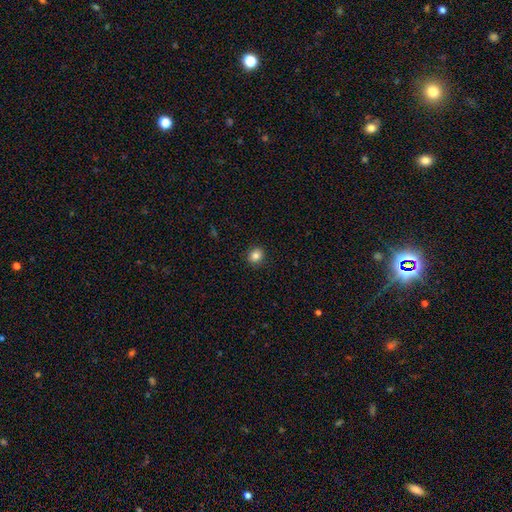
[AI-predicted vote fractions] smooth_or_featured: smooth (p=0.84) [alt: star or artifact p=0.10]
how_rounded: round (p=0.70) [alt: in between p=0.29]
merging: none (p=0.90) [alt: minor disturbance p=0.07]